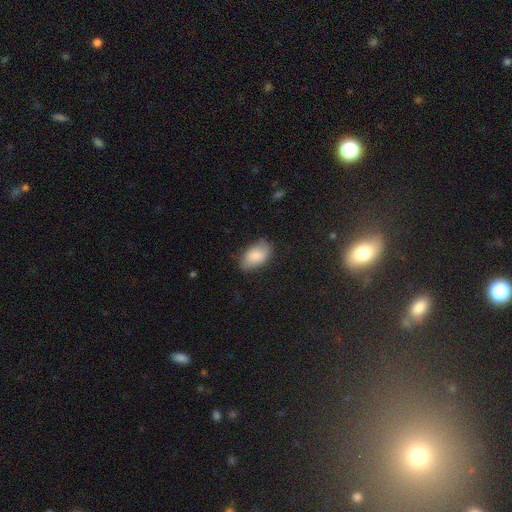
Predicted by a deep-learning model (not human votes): This is clearly a smooth galaxy (81%). How rounded: clearly in between (92%). Merging: likely none (72%).